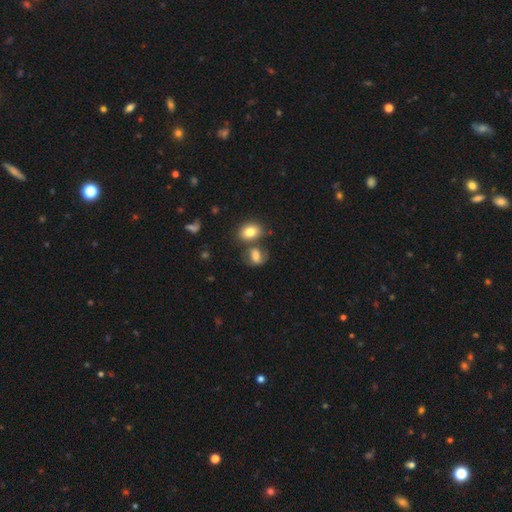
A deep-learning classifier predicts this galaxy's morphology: type=smooth (69%); roundness=in between (69%); merging=none (49%).